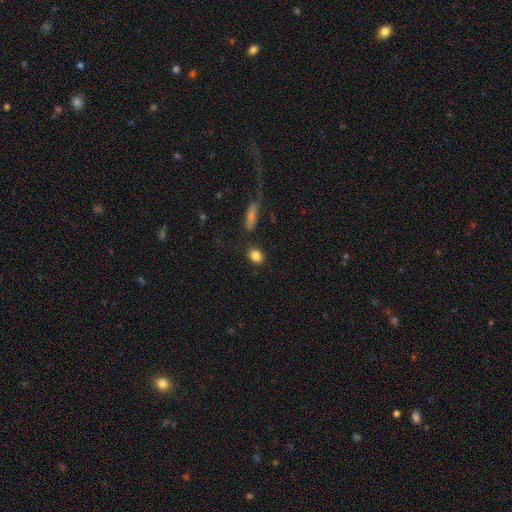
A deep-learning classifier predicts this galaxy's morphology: Smooth or featured?
  - smooth: 85% *
  - star or artifact: 9%
  - featured or disk: 6%
How rounded?
  - in between: 55% *
  - round: 42%
  - cigar-shaped: 3%
Merging?
  - none: 84% *
  - minor disturbance: 10%
  - merger: 3%
  - major disturbance: 3%